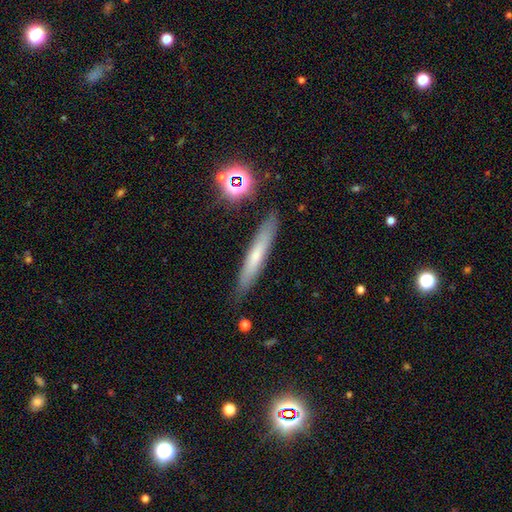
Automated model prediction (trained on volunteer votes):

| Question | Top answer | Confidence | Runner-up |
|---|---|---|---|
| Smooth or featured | smooth | 55% | featured or disk (35%) |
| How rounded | cigar-shaped | 92% | in between (7%) |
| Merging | none | 86% | minor disturbance (10%) |